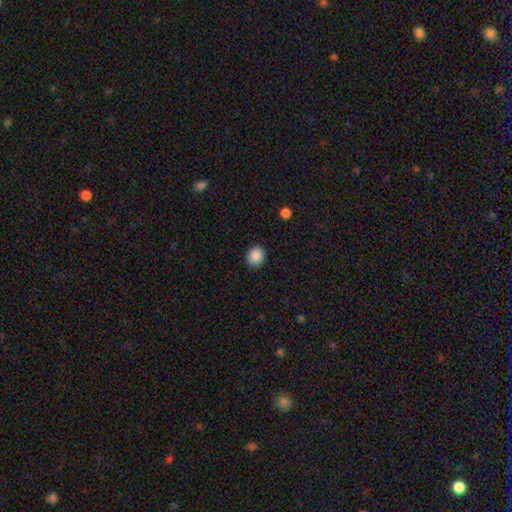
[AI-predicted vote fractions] Overall: smooth (88%). How rounded: round (79%). Merging: none (91%).